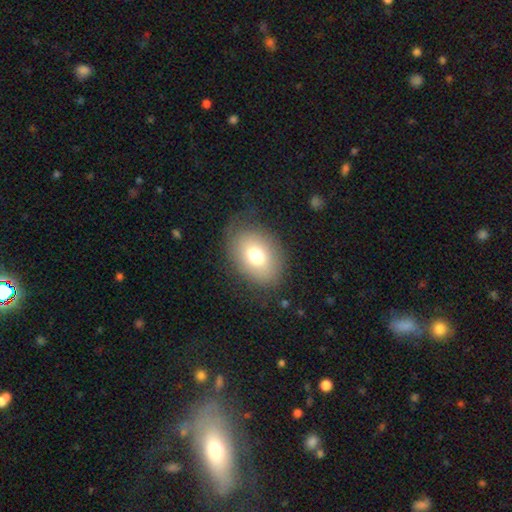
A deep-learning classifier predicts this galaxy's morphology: Smooth or featured: smooth — 72% (featured or disk — 18%)
How rounded: in between — 70% (round — 29%)
Merging: none — 73% (minor disturbance — 17%)